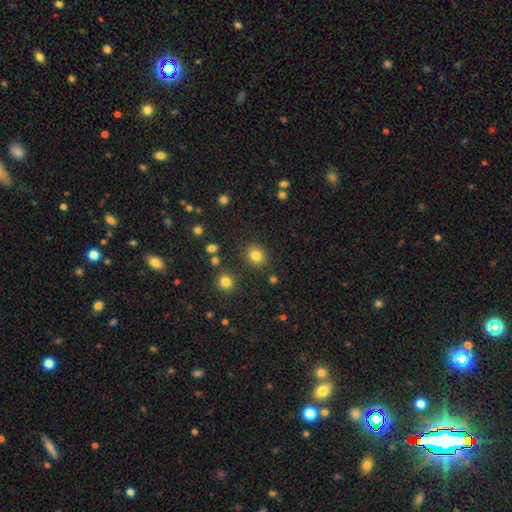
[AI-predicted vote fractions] Smooth or featured? Predicted: smooth (p=0.82). How rounded? Predicted: round (p=0.65). Merging? Predicted: none (p=0.85).